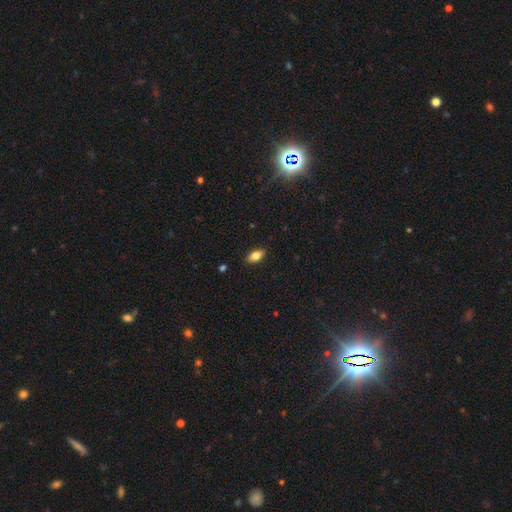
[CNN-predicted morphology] Smooth or featured?
  - smooth: 76% *
  - featured or disk: 16%
  - star or artifact: 8%
How rounded?
  - in between: 88% *
  - cigar-shaped: 8%
  - round: 3%
Merging?
  - none: 88% *
  - minor disturbance: 9%
  - major disturbance: 2%
  - merger: 1%